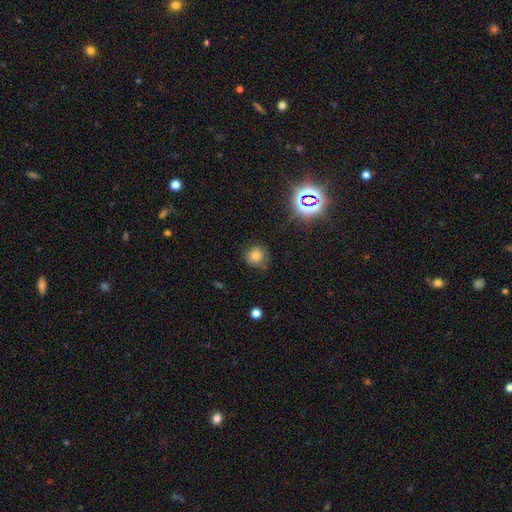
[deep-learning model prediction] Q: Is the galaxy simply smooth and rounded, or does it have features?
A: smooth — 76%.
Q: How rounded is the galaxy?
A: round — 88%.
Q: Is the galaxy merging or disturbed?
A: none — 74%.